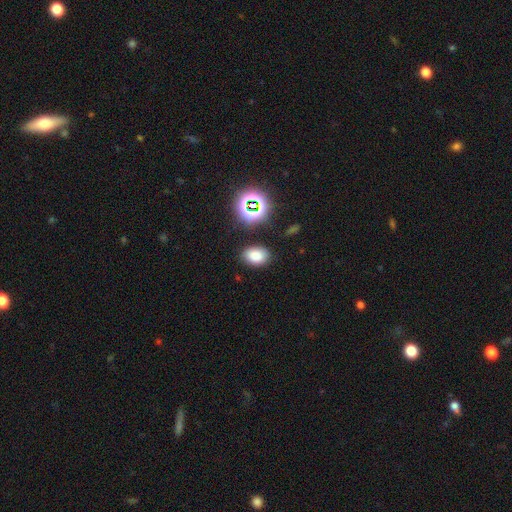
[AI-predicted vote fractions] A smooth galaxy with no disk features (77%) that is in between round and cigar-shaped (79%). Merging: none (83%).